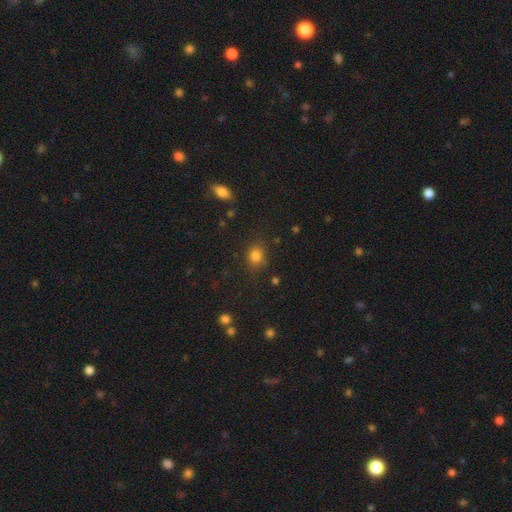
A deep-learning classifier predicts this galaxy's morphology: smooth-or-featured: smooth: 81% | star or artifact: 14% | featured or disk: 6%
  how-rounded: round: 65% | in between: 34% | cigar-shaped: 1%
  merging: none: 79% | minor disturbance: 14% | major disturbance: 5% | merger: 2%